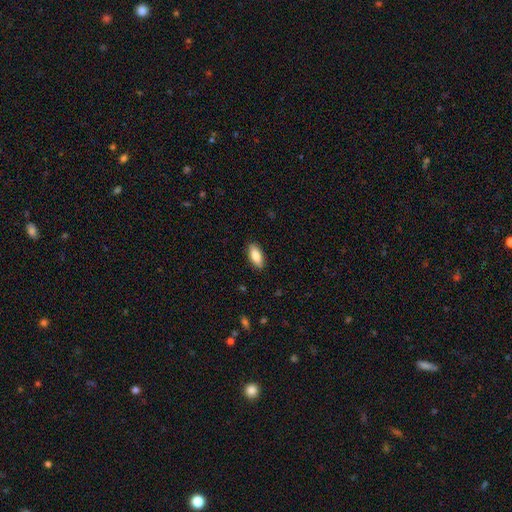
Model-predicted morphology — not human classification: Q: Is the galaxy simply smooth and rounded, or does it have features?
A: smooth — 83%.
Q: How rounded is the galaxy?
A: in between — 81%.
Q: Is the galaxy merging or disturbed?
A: none — 88%.